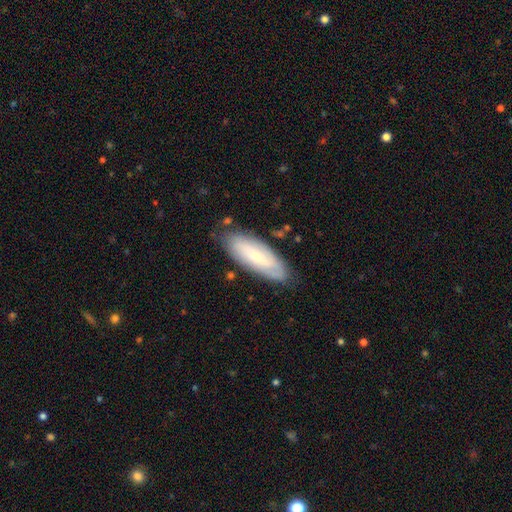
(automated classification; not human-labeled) smooth 49%, featured or disk 45%, star or artifact 7%. Down the decision tree: merging — none (79%).